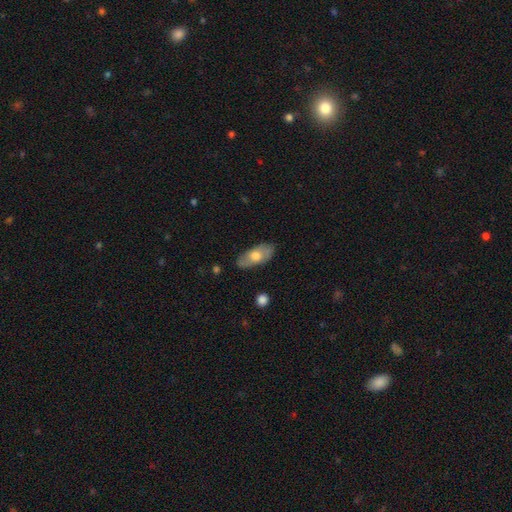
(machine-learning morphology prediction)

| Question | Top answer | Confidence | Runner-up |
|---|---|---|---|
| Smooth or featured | smooth | 63% | featured or disk (32%) |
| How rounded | in between | 86% | cigar-shaped (10%) |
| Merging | none | 82% | minor disturbance (14%) |